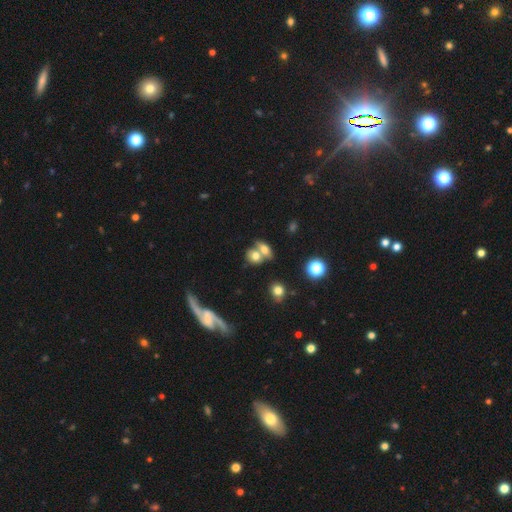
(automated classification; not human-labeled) smooth_or_featured: smooth (p=0.65) [alt: featured or disk p=0.23]
how_rounded: in between (p=0.53) [alt: round p=0.41]
merging: merger (p=0.56) [alt: none p=0.32]